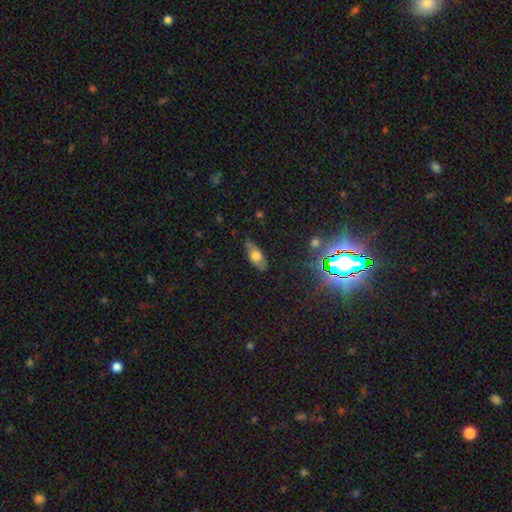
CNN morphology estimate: Smooth or featured? smooth (58%)
How rounded? in between (81%)
Merging? none (77%)